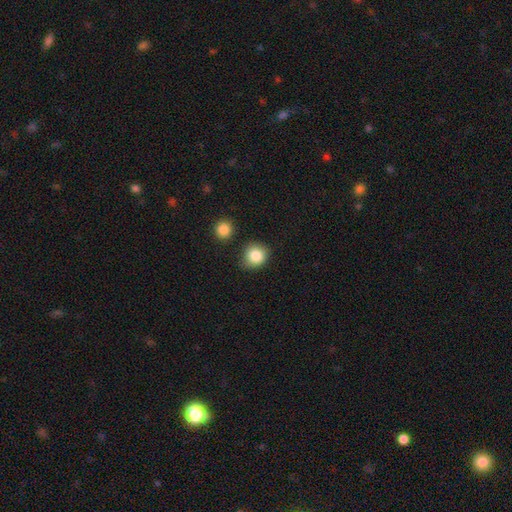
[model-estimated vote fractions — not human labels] Overall: smooth (85%). How rounded: round (73%). Merging: none (71%).